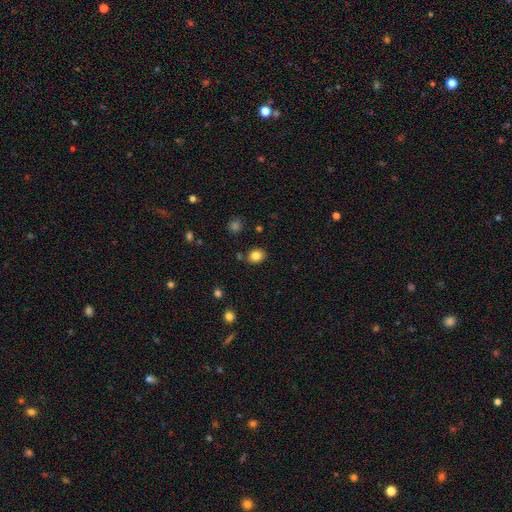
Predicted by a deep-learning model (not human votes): This appears to be a smooth galaxy with no disk features (82%) that is round (52%). Merging: none (83%).